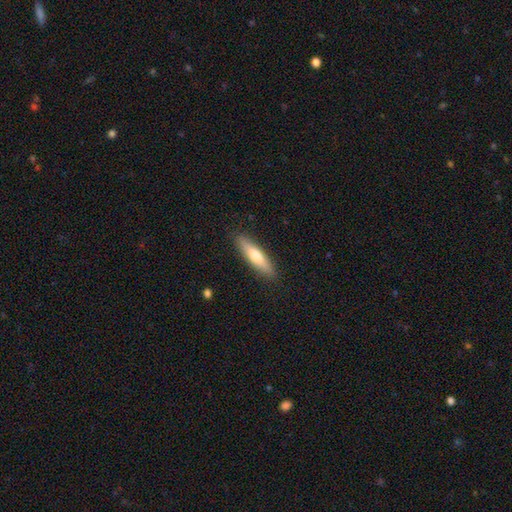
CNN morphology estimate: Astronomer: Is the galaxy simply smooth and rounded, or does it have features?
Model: smooth — 64%.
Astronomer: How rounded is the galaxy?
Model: cigar-shaped — 75%.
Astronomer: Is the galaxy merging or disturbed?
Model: none — 89%.